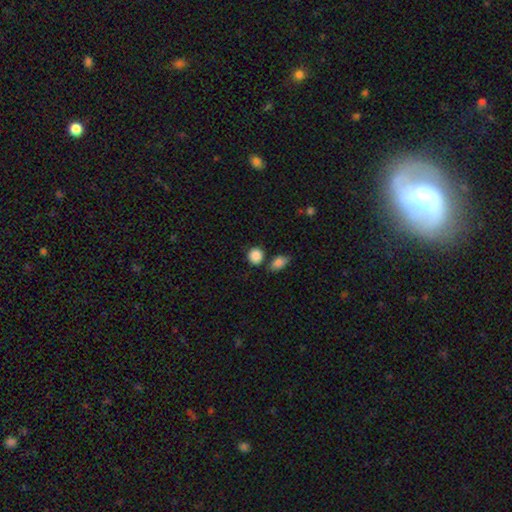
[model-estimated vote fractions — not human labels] The model was most divided on "merging": none: 73%, merger: 12%, minor disturbance: 12%, major disturbance: 3%. More confident: smooth or featured — smooth (88%); how rounded — round (82%).